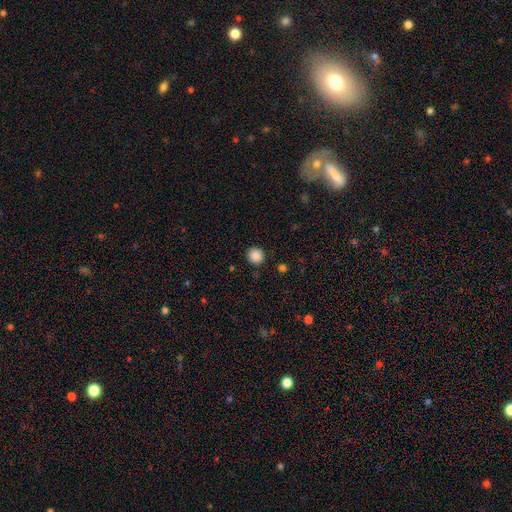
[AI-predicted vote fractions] A smooth galaxy with no disk features (87%) that is round (92%). Merging: none (91%).